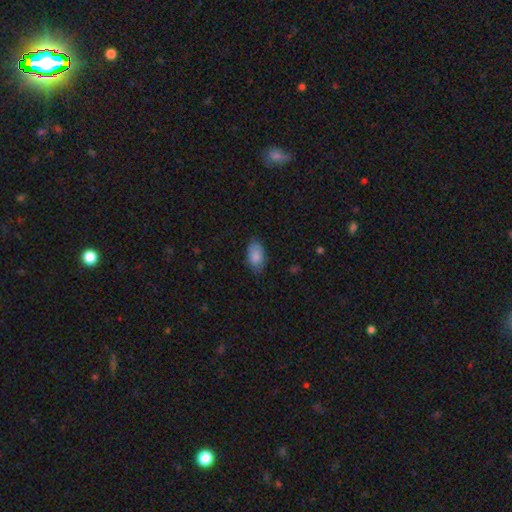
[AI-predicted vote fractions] Q: Smooth or featured?
A: smooth (86%); runner-up: featured or disk (8%)
Q: How rounded?
A: in between (93%); runner-up: round (5%)
Q: Merging?
A: none (78%); runner-up: minor disturbance (18%)